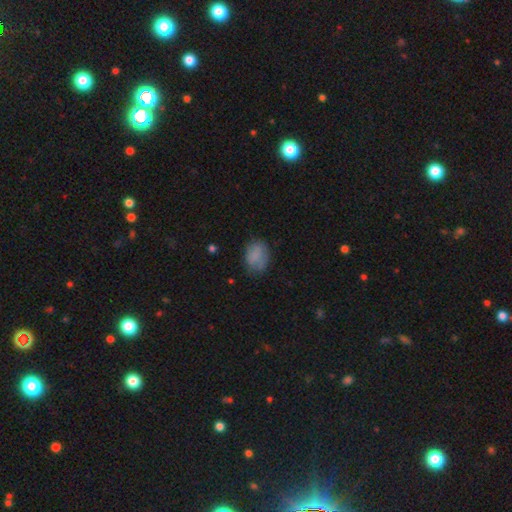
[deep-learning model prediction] Smooth or featured?
  - smooth: 80% *
  - featured or disk: 11%
  - star or artifact: 8%
How rounded?
  - in between: 69% *
  - round: 30%
  - cigar-shaped: 1%
Merging?
  - none: 63% *
  - minor disturbance: 26%
  - major disturbance: 9%
  - merger: 2%